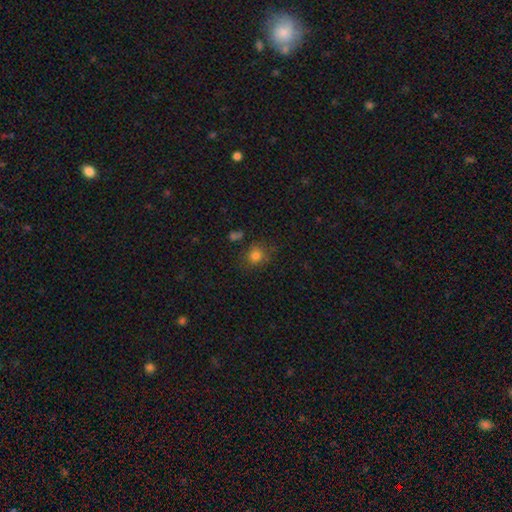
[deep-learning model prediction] Morphology: type=smooth (79%); roundness=round (73%); merging=none (69%).